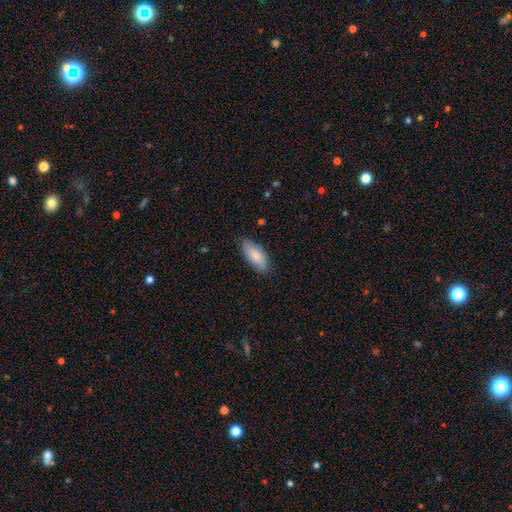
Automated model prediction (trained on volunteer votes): This appears to be a smooth galaxy with no disk features (77%) that is in between round and cigar-shaped (88%). Merging: none (79%).